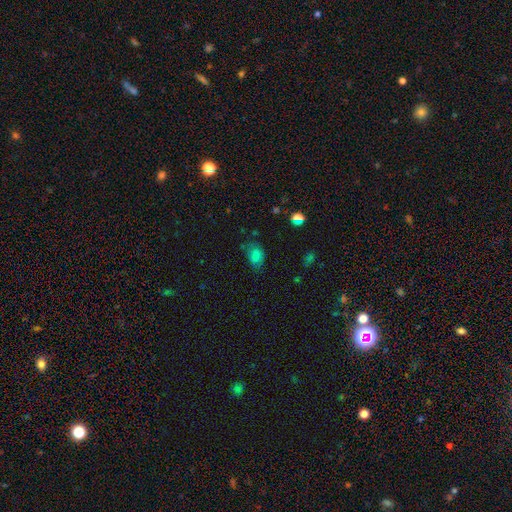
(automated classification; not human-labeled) A smooth galaxy with no disk features (74%) that is in between round and cigar-shaped (76%). Merging: none (59%).